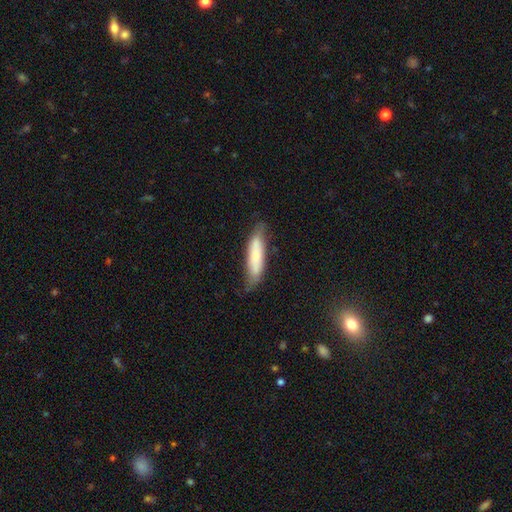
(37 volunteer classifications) Smooth or featured: smooth — 57% (featured or disk — 43%)
How rounded: cigar-shaped — 86% (in between — 14%)
Merging: none — 57% (minor disturbance — 24%)